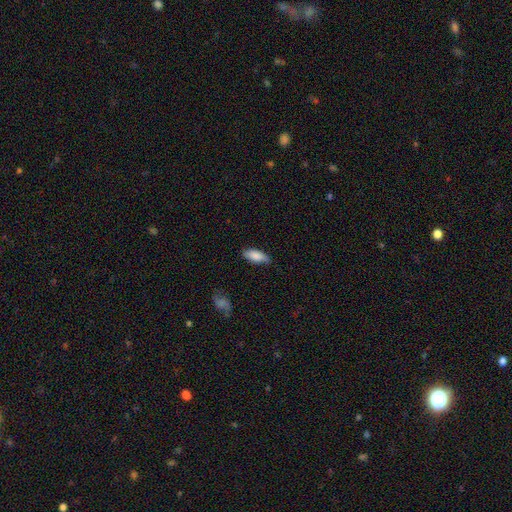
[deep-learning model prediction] This is clearly a smooth galaxy (84%). How rounded: likely in between (77%). Merging: likely none (76%).